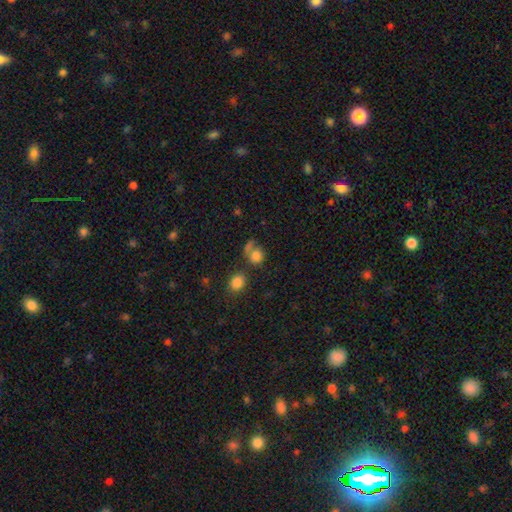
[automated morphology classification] This appears to be a smooth galaxy with no disk features (79%) that is round (78%). Merging: none (50%).